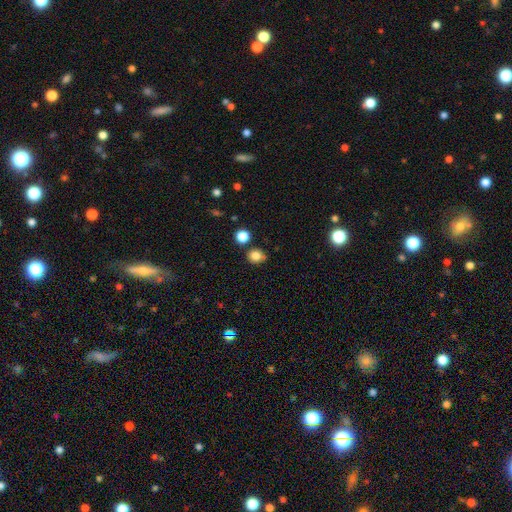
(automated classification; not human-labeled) The model was most divided on "how rounded": round: 75%, in between: 24%, cigar-shaped: 1%. More confident: smooth or featured — smooth (82%); merging — none (75%).